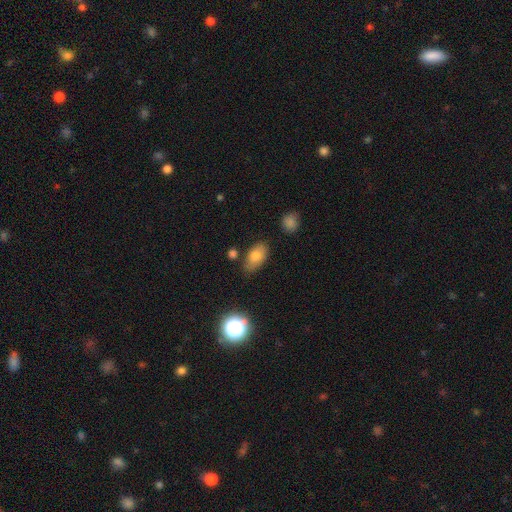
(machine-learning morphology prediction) Smooth or featured?
  - smooth: 76% *
  - featured or disk: 13%
  - star or artifact: 11%
How rounded?
  - in between: 89% *
  - round: 8%
  - cigar-shaped: 3%
Merging?
  - none: 71% *
  - minor disturbance: 20%
  - merger: 5%
  - major disturbance: 5%